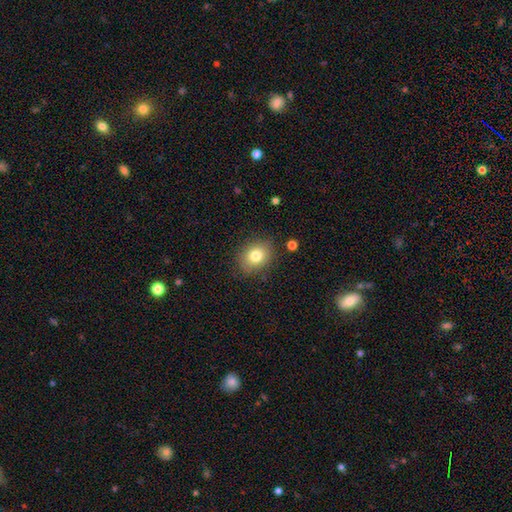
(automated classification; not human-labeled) Overall: smooth (79%). How rounded: in between (50%; round 49%). Merging: none (82%).